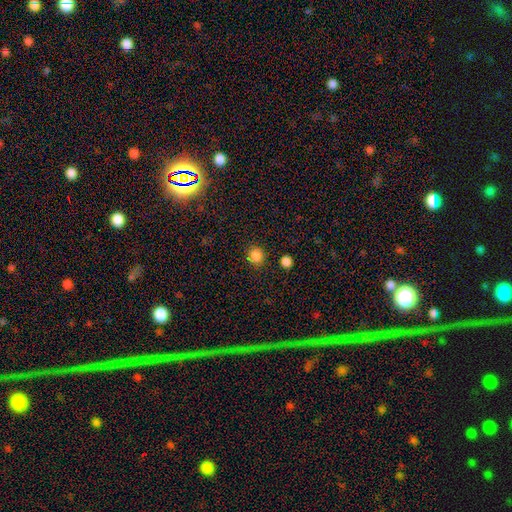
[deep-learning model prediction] Overall: smooth (84%). How rounded: round (88%). Merging: none (87%).